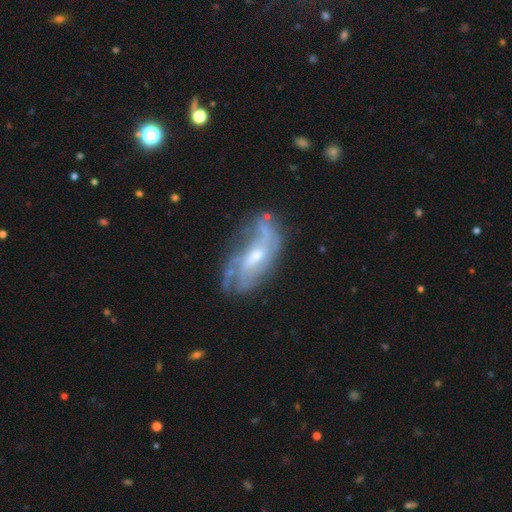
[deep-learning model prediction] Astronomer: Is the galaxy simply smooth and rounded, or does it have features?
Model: featured or disk — 80%.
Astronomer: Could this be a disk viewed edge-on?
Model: no — 92%.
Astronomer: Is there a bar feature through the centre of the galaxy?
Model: weak — 47% (runner-up: no, 39%).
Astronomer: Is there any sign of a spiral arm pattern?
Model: yes — 88%.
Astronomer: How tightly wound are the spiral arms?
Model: medium — 39% (runner-up: loose, 31%).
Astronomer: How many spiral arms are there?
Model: can't tell — 37% (runner-up: 2, 28%).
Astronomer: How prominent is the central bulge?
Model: moderate — 49% (runner-up: small, 43%).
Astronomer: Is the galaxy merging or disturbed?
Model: none — 59%.